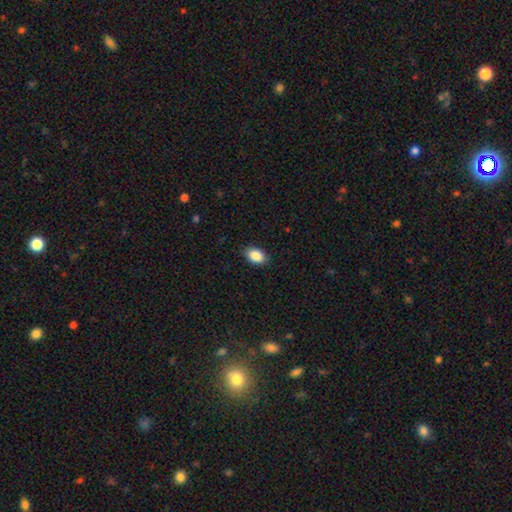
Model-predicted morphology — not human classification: Smooth or featured? Predicted: smooth (p=0.89). How rounded? Predicted: in between (p=0.88). Merging? Predicted: none (p=0.87).